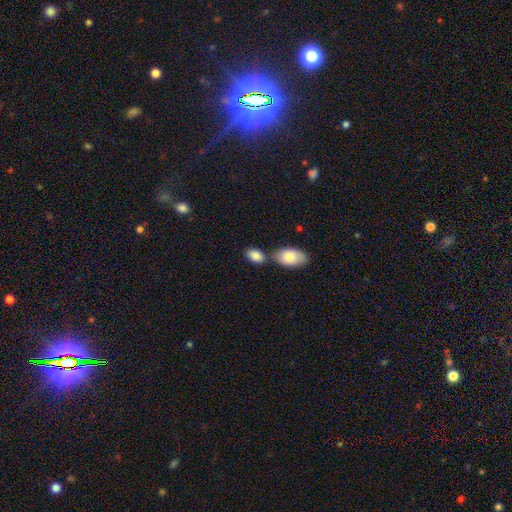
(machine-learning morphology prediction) Smooth or featured: smooth — 85% (featured or disk — 8%)
How rounded: in between — 89% (round — 8%)
Merging: none — 53% (merger — 31%)